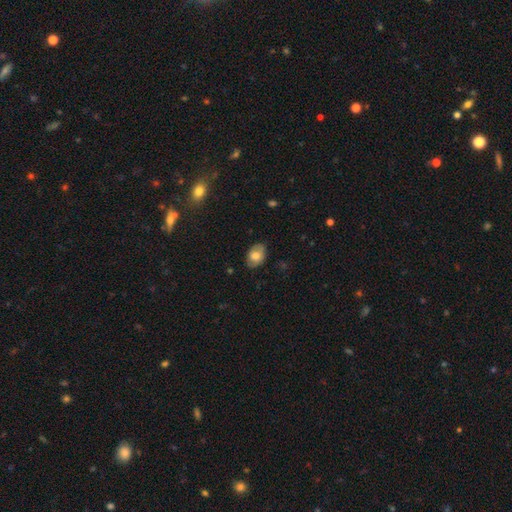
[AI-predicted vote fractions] smooth 73%, featured or disk 20%, star or artifact 8%. Down the decision tree: how rounded — in between (84%); merging — none (80%).